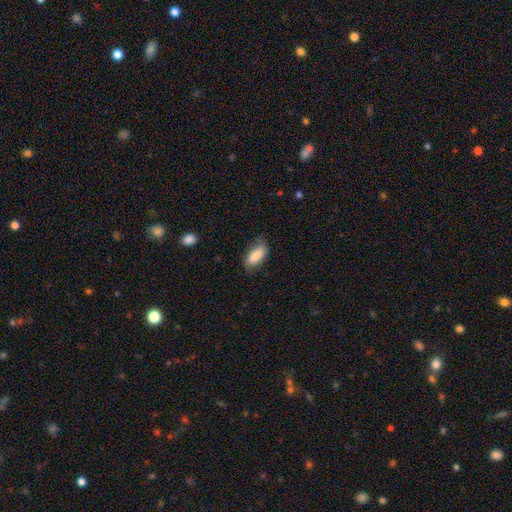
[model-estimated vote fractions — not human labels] The model was most divided on "merging": none: 64%, minor disturbance: 27%, major disturbance: 7%, merger: 2%. More confident: how rounded — in between (86%); smooth or featured — smooth (81%).